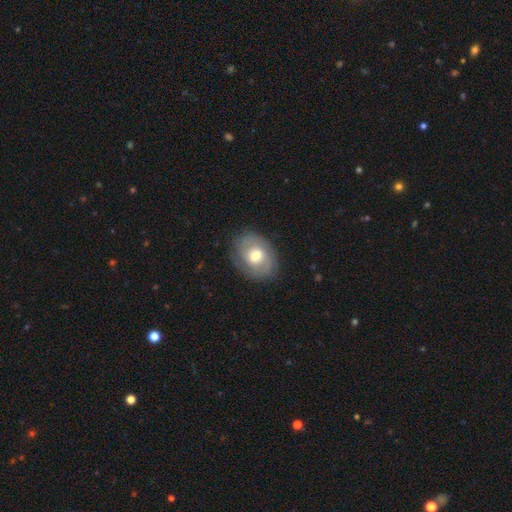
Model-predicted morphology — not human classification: Smooth or featured? featured or disk (49%)
Merging? none (79%)